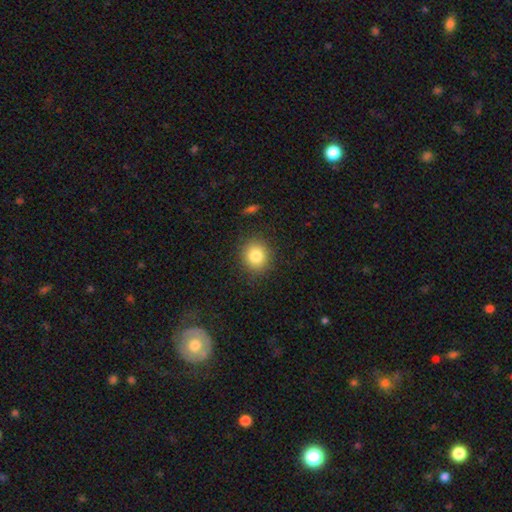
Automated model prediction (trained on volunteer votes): smooth 83%, star or artifact 10%, featured or disk 7%. Down the decision tree: how rounded — round (82%); merging — none (88%).